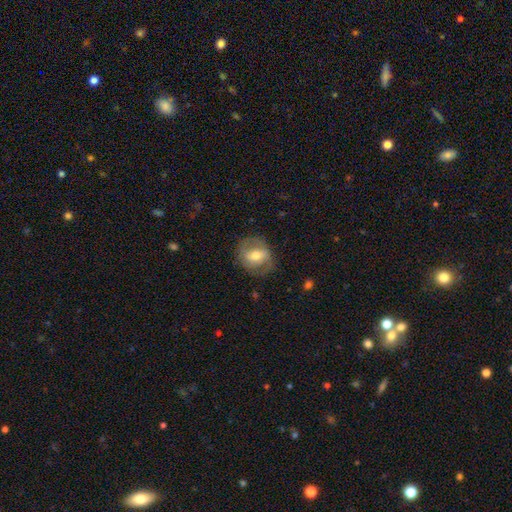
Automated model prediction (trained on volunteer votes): Q: Smooth or featured?
A: featured or disk (56%); runner-up: smooth (37%)
Q: Edge-on disk?
A: no (95%); runner-up: yes (5%)
Q: Bar?
A: weak (41%); runner-up: strong (30%)
Q: Spiral arms?
A: yes (67%); runner-up: no (33%)
Q: Bulge size?
A: moderate (64%); runner-up: small (26%)
Q: Merging?
A: none (72%); runner-up: minor disturbance (17%)